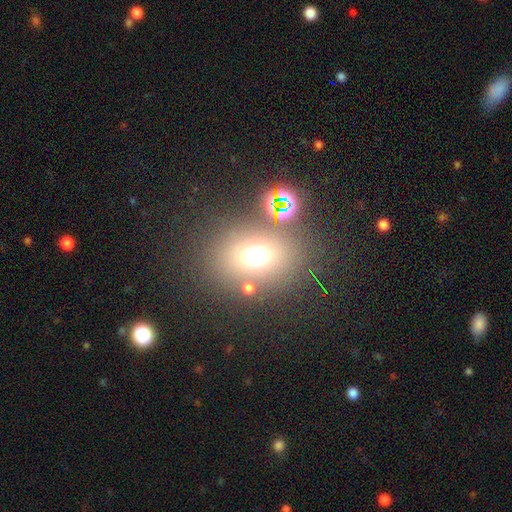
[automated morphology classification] Smooth or featured?
  - smooth: 63% *
  - star or artifact: 25%
  - featured or disk: 12%
How rounded?
  - round: 52% *
  - in between: 46%
  - cigar-shaped: 2%
Merging?
  - none: 72% *
  - merger: 12%
  - minor disturbance: 10%
  - major disturbance: 6%